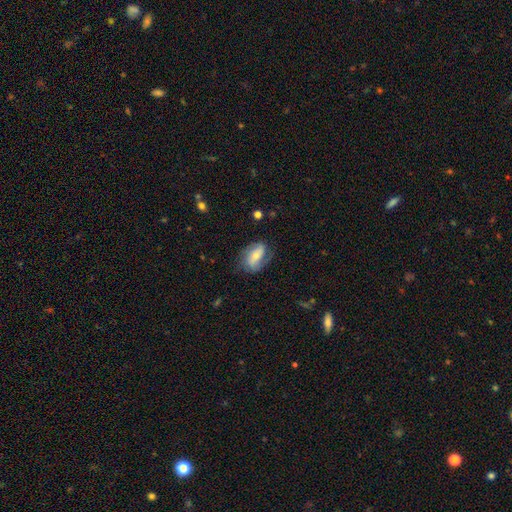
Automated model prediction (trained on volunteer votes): smooth_or_featured: featured or disk (p=0.61) [alt: smooth p=0.32]
disk_edge_on: no (p=0.94) [alt: yes p=0.06]
bar: no (p=0.42) [alt: weak p=0.33]
has_spiral_arms: yes (p=0.84) [alt: no p=0.16]
bulge_size: small (p=0.52) [alt: moderate p=0.41]
merging: none (p=0.64) [alt: minor disturbance p=0.22]